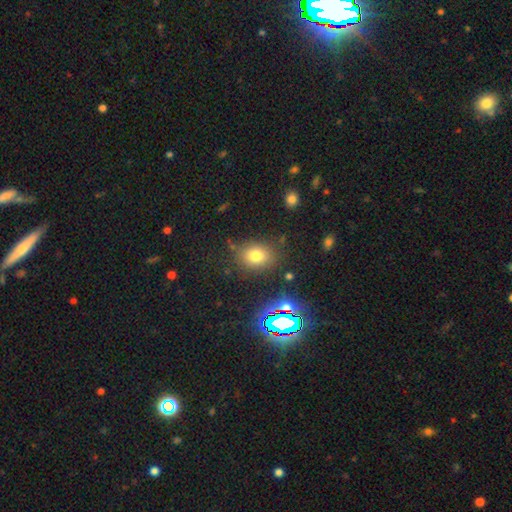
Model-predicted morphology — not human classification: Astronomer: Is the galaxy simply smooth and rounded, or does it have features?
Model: smooth — 72%.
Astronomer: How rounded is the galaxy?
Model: in between — 51% (runner-up: round, 47%).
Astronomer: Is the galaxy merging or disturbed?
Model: none — 79%.